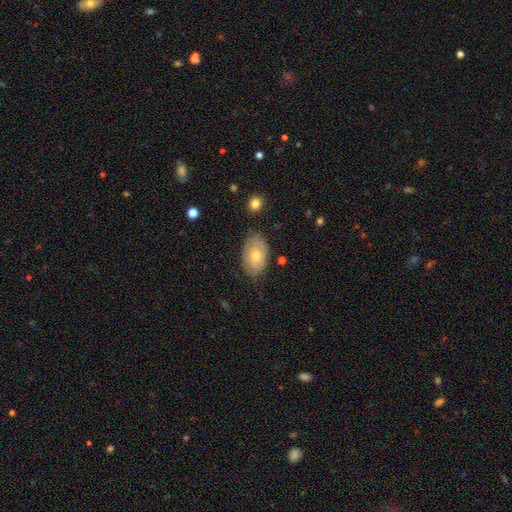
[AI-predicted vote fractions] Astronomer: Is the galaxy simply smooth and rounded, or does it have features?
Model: smooth — 57% (runner-up: featured or disk, 37%).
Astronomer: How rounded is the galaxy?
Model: in between — 90%.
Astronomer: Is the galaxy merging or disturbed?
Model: none — 75%.